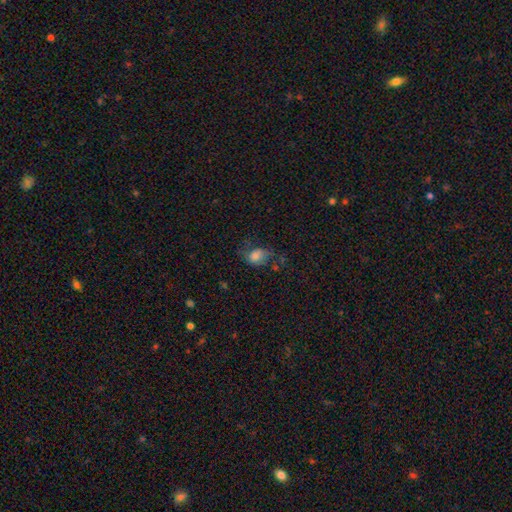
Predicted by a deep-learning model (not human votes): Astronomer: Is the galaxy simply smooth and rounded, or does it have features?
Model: smooth — 71%.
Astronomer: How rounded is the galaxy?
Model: in between — 69%.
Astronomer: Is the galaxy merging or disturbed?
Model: none — 40% (runner-up: minor disturbance, 30%).